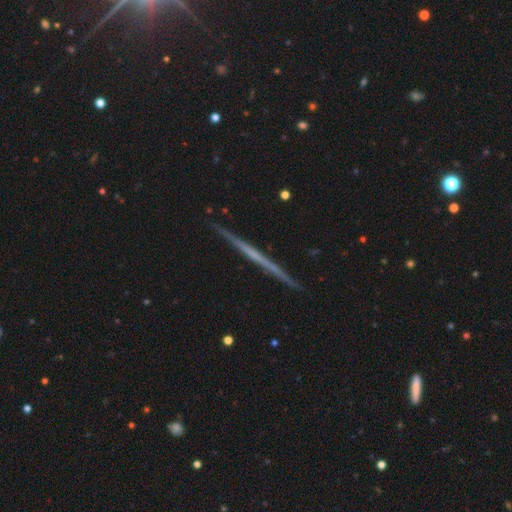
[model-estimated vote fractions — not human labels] Q: Smooth or featured?
A: featured or disk (68%); runner-up: smooth (26%)
Q: Edge-on disk?
A: yes (98%); runner-up: no (2%)
Q: Edge-on bulge?
A: none (89%); runner-up: rounded (7%)
Q: Merging?
A: none (92%); runner-up: minor disturbance (5%)